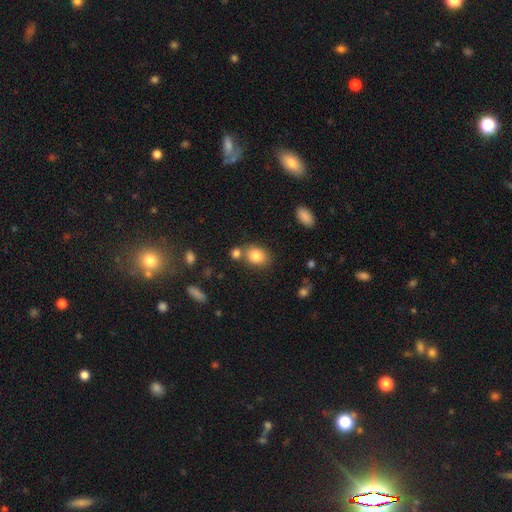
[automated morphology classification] smooth_or_featured: smooth (p=0.82) [alt: star or artifact p=0.09]
how_rounded: in between (p=0.64) [alt: round p=0.35]
merging: none (p=0.64) [alt: merger p=0.19]